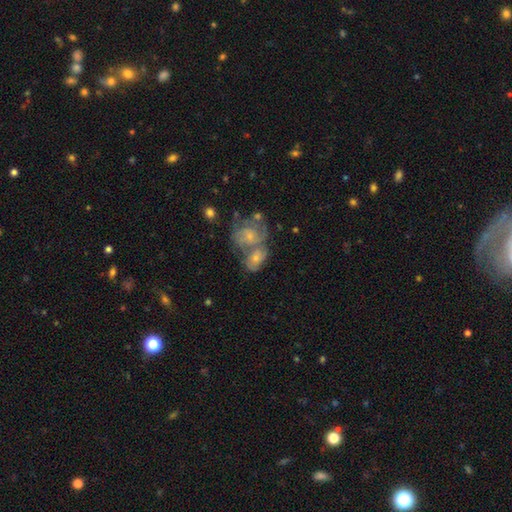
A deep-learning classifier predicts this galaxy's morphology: Overall: featured or disk (59%; smooth 31%). Edge-on disk: no (96%). Bar: no (72%). Spiral arms: yes (76%). Bulge size: small (63%; moderate 27%). Merging: merger (57%; none 27%).